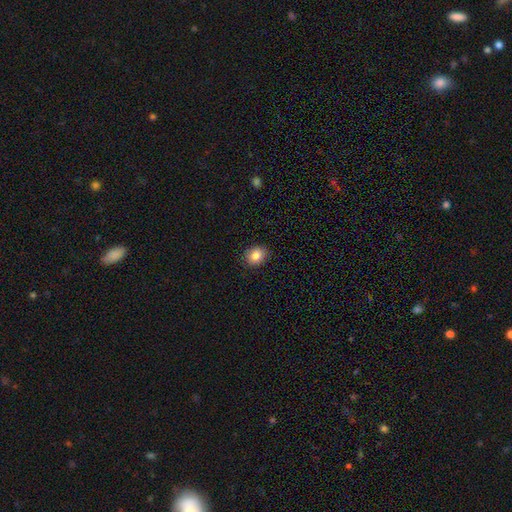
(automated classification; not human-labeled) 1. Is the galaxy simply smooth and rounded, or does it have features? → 85% smooth, 9% star or artifact, 6% featured or disk.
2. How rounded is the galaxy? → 60% round, 39% in between, 1% cigar-shaped.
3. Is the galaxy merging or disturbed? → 89% none, 8% minor disturbance, 2% major disturbance, 1% merger.